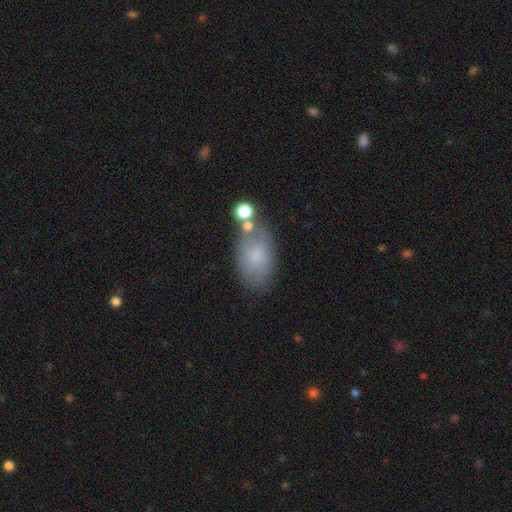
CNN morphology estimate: Smooth or featured?
  - smooth: 72% *
  - featured or disk: 18%
  - star or artifact: 9%
How rounded?
  - in between: 92% *
  - round: 6%
  - cigar-shaped: 2%
Merging?
  - none: 61% *
  - minor disturbance: 20%
  - merger: 12%
  - major disturbance: 7%